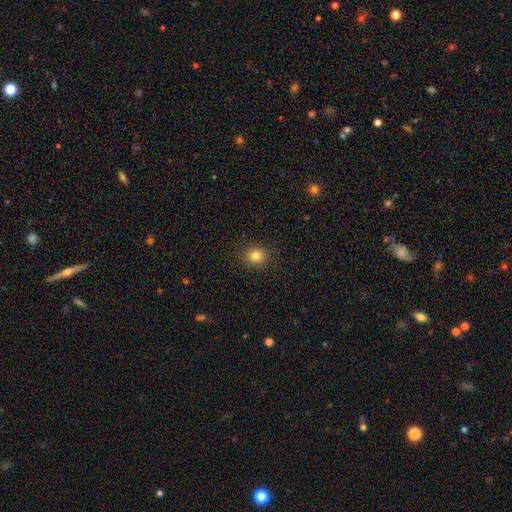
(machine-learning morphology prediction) This appears to be a smooth galaxy with no disk features (81%) that is round (79%). Merging: none (91%).